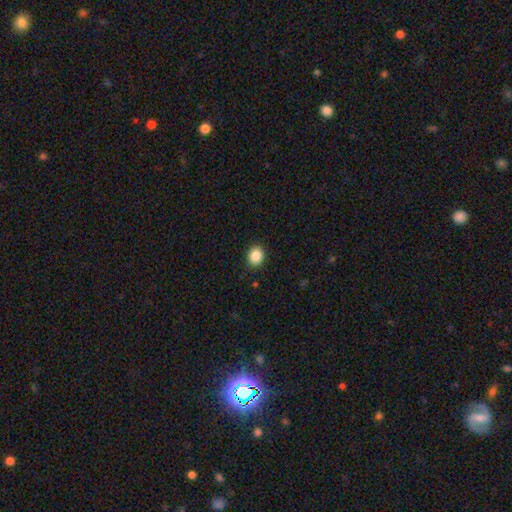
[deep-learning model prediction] Morphology: type=smooth (87%); roundness=round (63%); merging=none (90%).